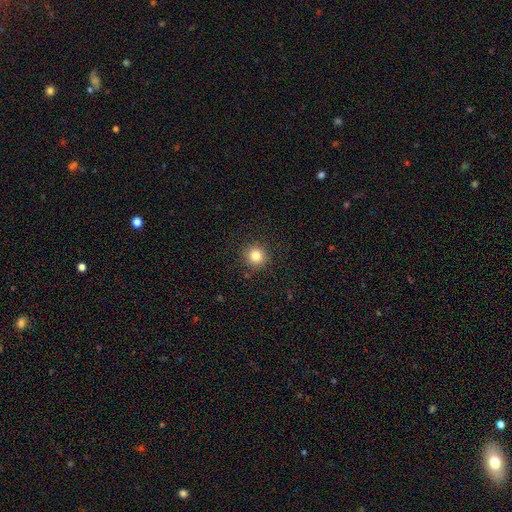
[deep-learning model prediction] smooth_or_featured: smooth (p=0.83) [alt: star or artifact p=0.11]
how_rounded: round (p=0.94) [alt: in between p=0.05]
merging: none (p=0.90) [alt: minor disturbance p=0.07]